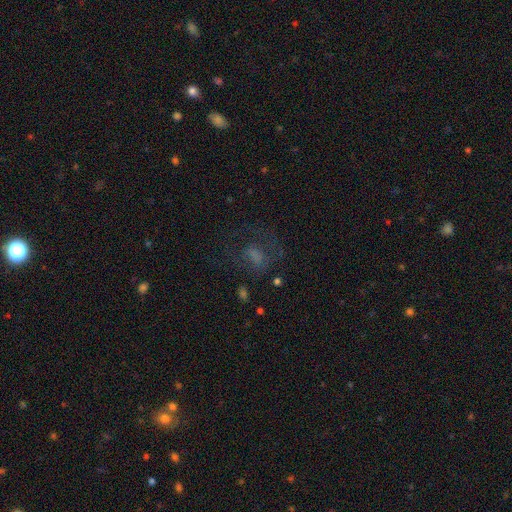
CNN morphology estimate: Smooth or featured: smooth — 43% (featured or disk — 35%)
Merging: none — 46% (major disturbance — 33%)